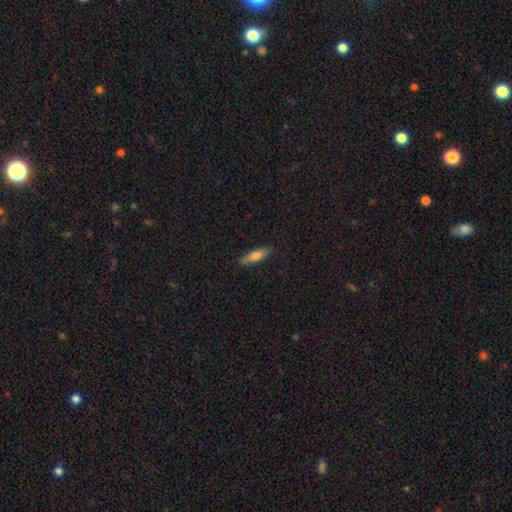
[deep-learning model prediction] Smooth or featured? smooth (74%)
How rounded? cigar-shaped (61%)
Merging? none (85%)